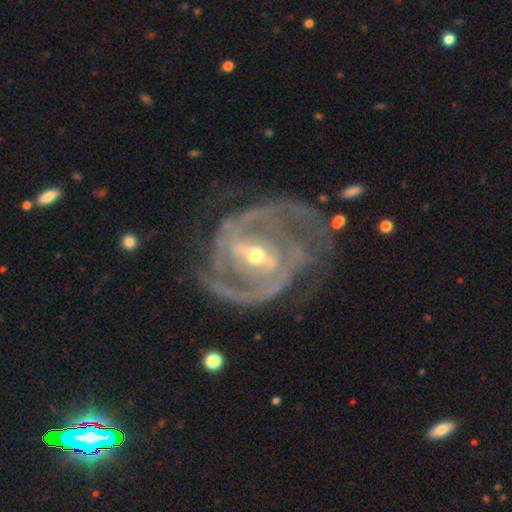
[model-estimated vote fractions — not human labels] Q: Smooth or featured?
A: featured or disk (91%); runner-up: smooth (5%)
Q: Edge-on disk?
A: no (96%); runner-up: yes (4%)
Q: Bar?
A: strong (58%); runner-up: weak (30%)
Q: Spiral arms?
A: yes (93%); runner-up: no (7%)
Q: Spiral winding?
A: tight (46%); runner-up: medium (41%)
Q: Spiral arm count?
A: 2 (67%); runner-up: can't tell (12%)
Q: Bulge size?
A: moderate (50%); runner-up: small (46%)
Q: Merging?
A: none (57%); runner-up: major disturbance (21%)